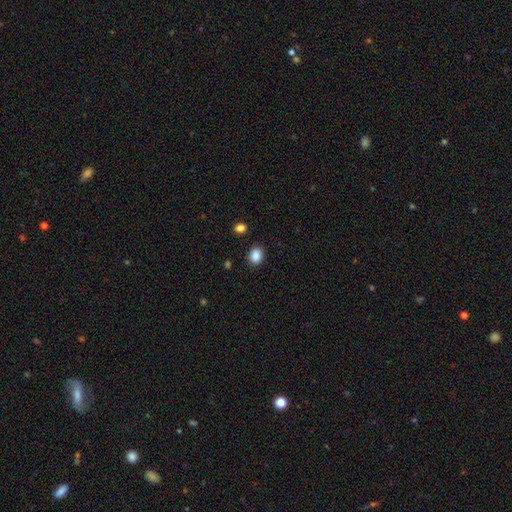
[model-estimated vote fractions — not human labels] The model was most divided on "how rounded": in between: 53%, round: 47%, cigar-shaped: 1%. More confident: merging — none (88%); smooth or featured — smooth (87%).